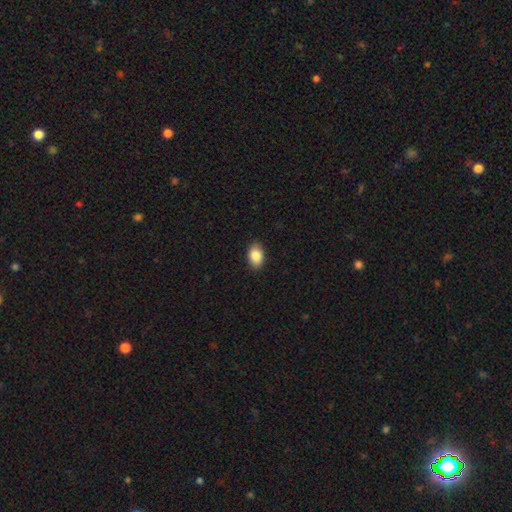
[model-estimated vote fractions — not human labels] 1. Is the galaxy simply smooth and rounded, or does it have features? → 86% smooth, 8% star or artifact, 6% featured or disk.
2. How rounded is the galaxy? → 85% in between, 13% round, 1% cigar-shaped.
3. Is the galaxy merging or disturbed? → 89% none, 8% minor disturbance, 2% major disturbance, 1% merger.